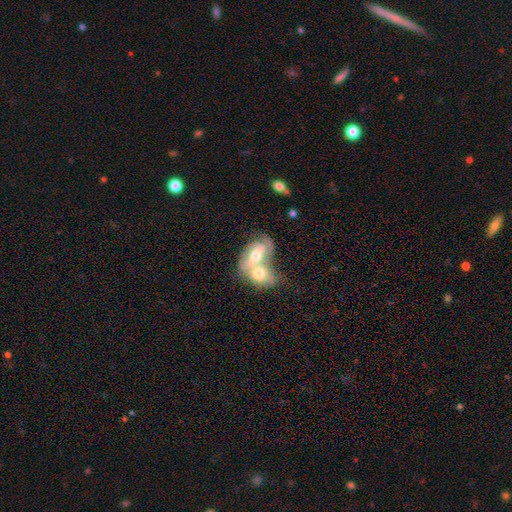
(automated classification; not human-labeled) Smooth or featured? featured or disk (55%)
Edge-on disk? no (94%)
Bar? no (60%)
Spiral arms? yes (61%)
Bulge size? moderate (68%)
Merging? merger (79%)